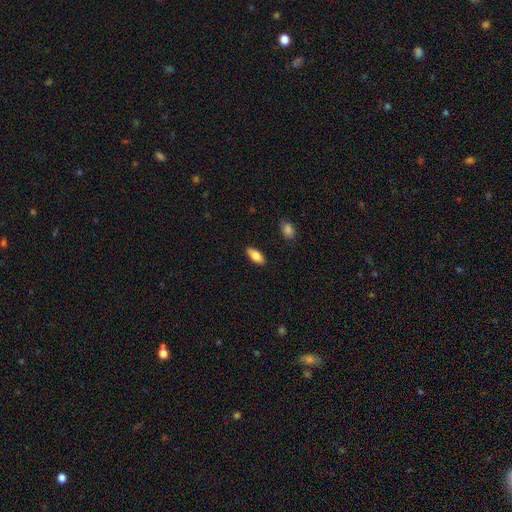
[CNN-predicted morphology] Q: Smooth or featured?
A: smooth (82%); runner-up: featured or disk (11%)
Q: How rounded?
A: in between (85%); runner-up: cigar-shaped (13%)
Q: Merging?
A: none (87%); runner-up: minor disturbance (9%)